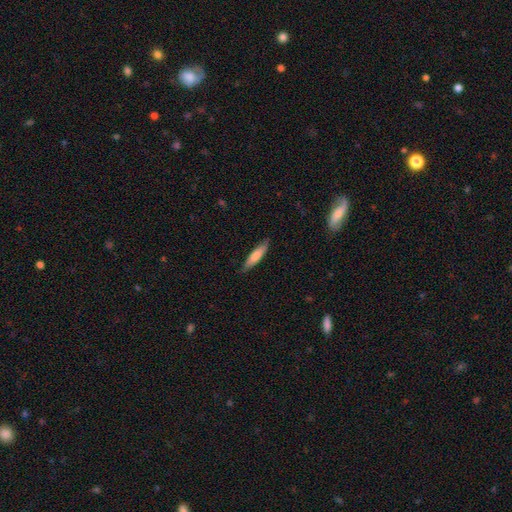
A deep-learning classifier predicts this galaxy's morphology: A smooth galaxy with no disk features (73%) that is cigar-shaped (78%).

Vote fractions:
- Smooth or featured? smooth: 73% / featured or disk: 21% / star or artifact: 5%
- How rounded? cigar-shaped: 78% / in between: 21% / round: 1%
- Merging? none: 84% / minor disturbance: 13% / major disturbance: 2% / merger: 1%